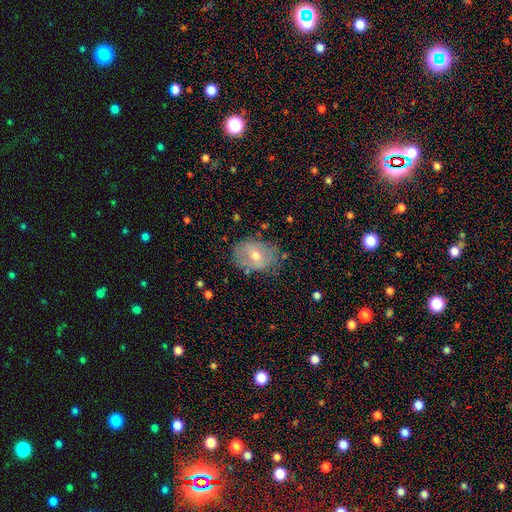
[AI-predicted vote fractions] A featured or disk galaxy (46%). Merging: none (70%).